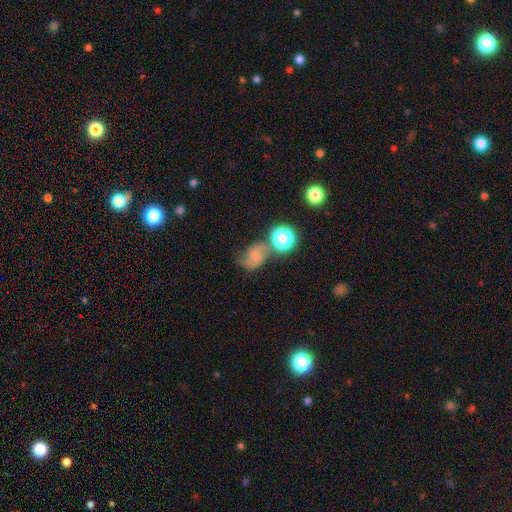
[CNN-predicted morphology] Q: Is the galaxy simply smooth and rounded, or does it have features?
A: featured or disk — 42%.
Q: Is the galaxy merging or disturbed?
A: none — 48%.